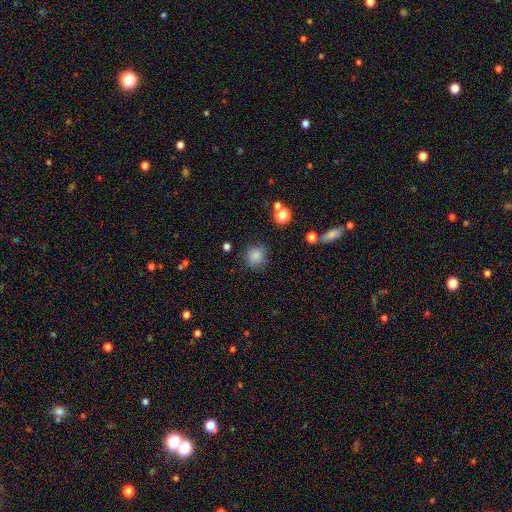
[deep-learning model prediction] A smooth galaxy with no disk features (82%) that is round (91%). Merging: none (81%).